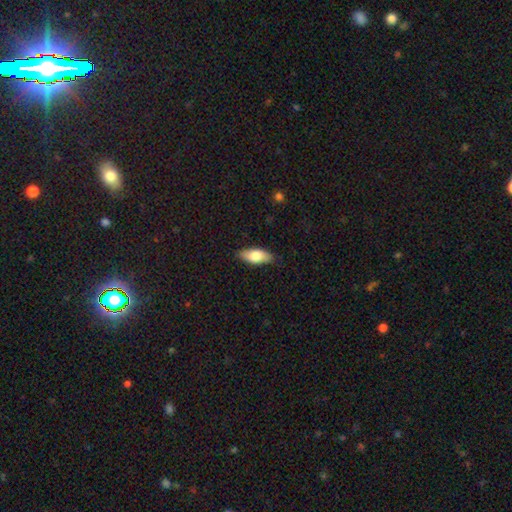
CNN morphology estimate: This appears to be a smooth galaxy with no disk features (77%) that is in between round and cigar-shaped (82%). Merging: none (85%).